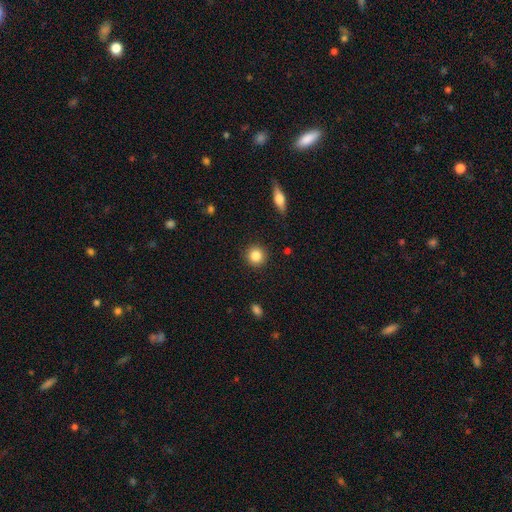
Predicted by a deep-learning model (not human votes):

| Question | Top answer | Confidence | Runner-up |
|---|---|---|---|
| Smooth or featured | smooth | 85% | star or artifact (9%) |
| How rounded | round | 93% | in between (6%) |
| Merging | none | 91% | minor disturbance (6%) |